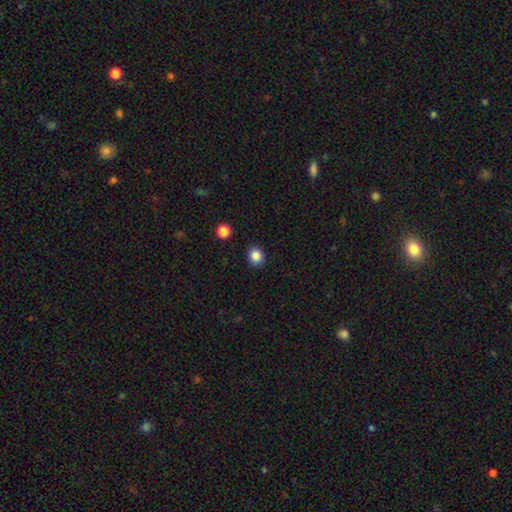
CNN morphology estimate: smooth 85%, star or artifact 11%, featured or disk 4%. Down the decision tree: how rounded — round (83%); merging — none (91%).